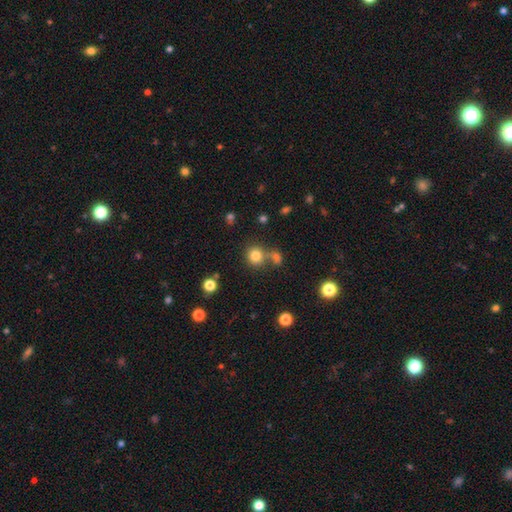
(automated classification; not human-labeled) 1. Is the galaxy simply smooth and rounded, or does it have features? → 79% smooth, 14% star or artifact, 7% featured or disk.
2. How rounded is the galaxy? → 88% round, 11% in between, 1% cigar-shaped.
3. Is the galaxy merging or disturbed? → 65% none, 21% merger, 9% minor disturbance, 4% major disturbance.